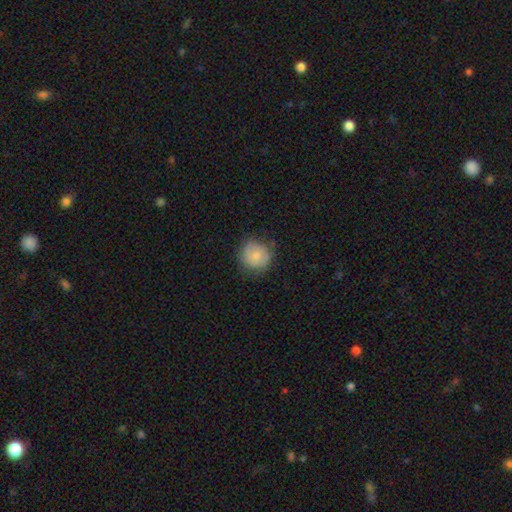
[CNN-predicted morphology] Smooth or featured? Predicted: smooth (p=0.72). How rounded? Predicted: round (p=0.90). Merging? Predicted: none (p=0.73).